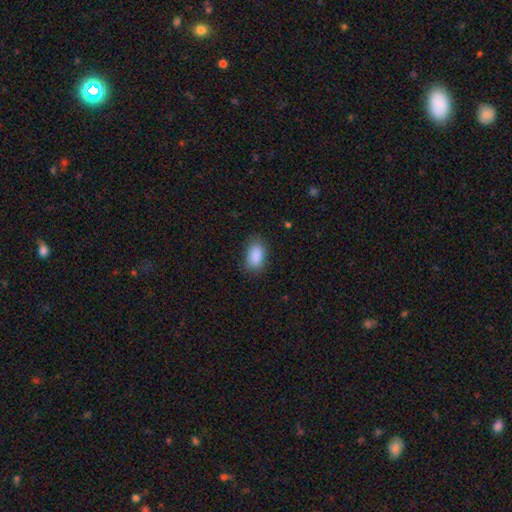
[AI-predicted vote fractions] Smooth or featured? smooth (89%)
How rounded? in between (91%)
Merging? none (78%)